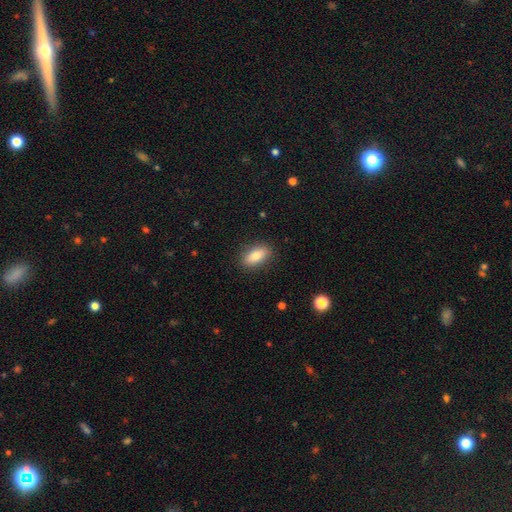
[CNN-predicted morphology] Smooth or featured?
  - smooth: 83% *
  - featured or disk: 9%
  - star or artifact: 7%
How rounded?
  - in between: 85% *
  - cigar-shaped: 11%
  - round: 4%
Merging?
  - none: 87% *
  - minor disturbance: 9%
  - major disturbance: 2%
  - merger: 1%